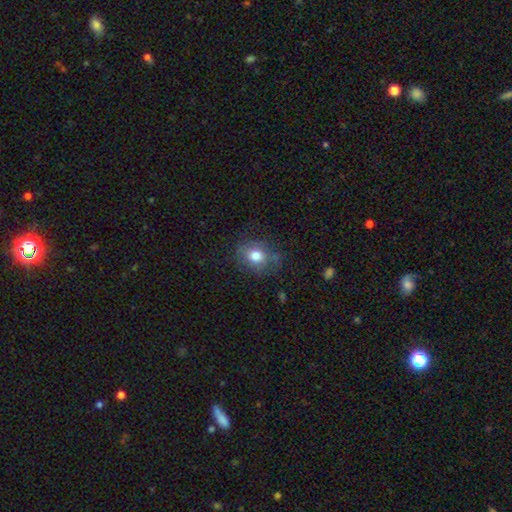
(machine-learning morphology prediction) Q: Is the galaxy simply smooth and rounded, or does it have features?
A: smooth — 75%.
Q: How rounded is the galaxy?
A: round — 58%.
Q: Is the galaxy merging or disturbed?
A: none — 66%.